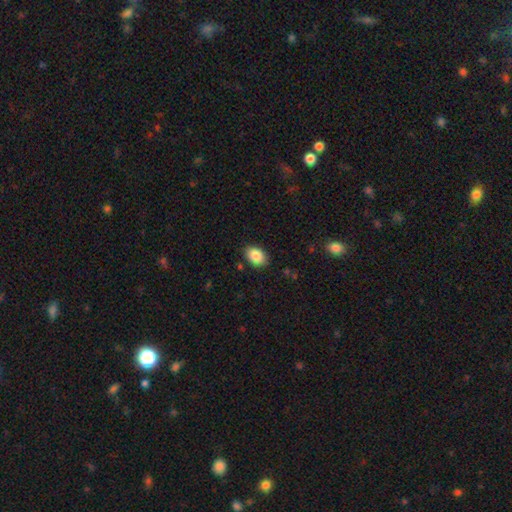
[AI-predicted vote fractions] smooth_or_featured: smooth (p=0.87) [alt: star or artifact p=0.08]
how_rounded: in between (p=0.81) [alt: round p=0.18]
merging: none (p=0.86) [alt: minor disturbance p=0.10]